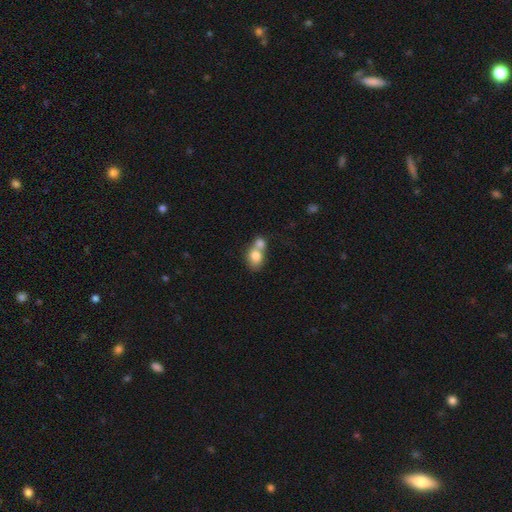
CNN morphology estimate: smooth 76%, featured or disk 16%, star or artifact 8%. Down the decision tree: how rounded — in between (56%); merging — merger (70%).